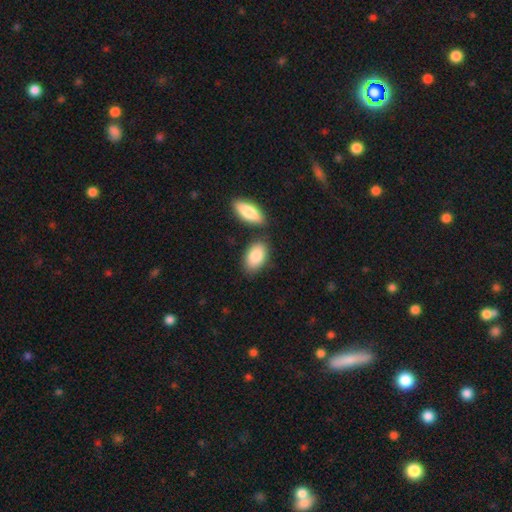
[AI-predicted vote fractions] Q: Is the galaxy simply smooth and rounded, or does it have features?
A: smooth — 87%.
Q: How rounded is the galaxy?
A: in between — 92%.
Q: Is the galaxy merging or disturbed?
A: none — 70%.